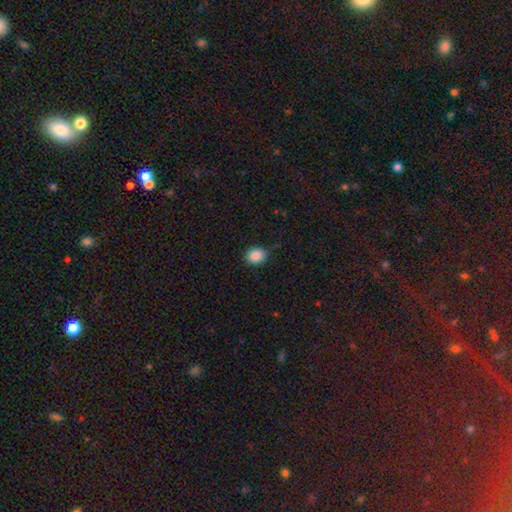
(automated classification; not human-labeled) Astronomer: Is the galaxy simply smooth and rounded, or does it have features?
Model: smooth — 86%.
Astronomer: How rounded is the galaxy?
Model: round — 71%.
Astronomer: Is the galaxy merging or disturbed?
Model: none — 84%.